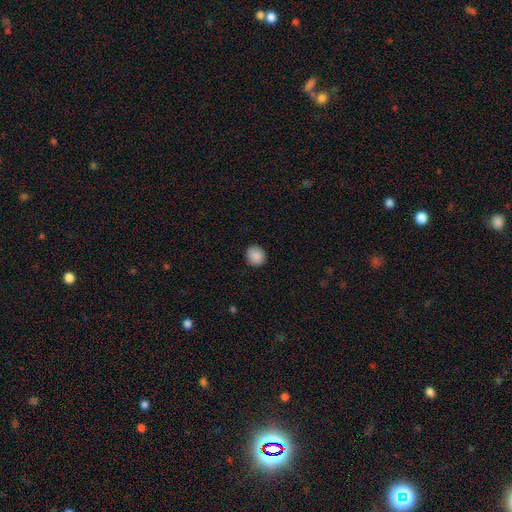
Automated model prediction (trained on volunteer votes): smooth 89%, star or artifact 8%, featured or disk 3%. Down the decision tree: how rounded — round (87%); merging — none (89%).